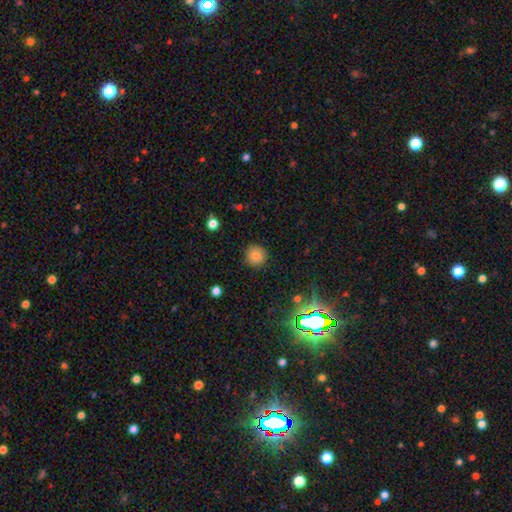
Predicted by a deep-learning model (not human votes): smooth_or_featured: smooth (p=0.81) [alt: star or artifact p=0.13]
how_rounded: round (p=0.94) [alt: in between p=0.05]
merging: none (p=0.89) [alt: minor disturbance p=0.07]